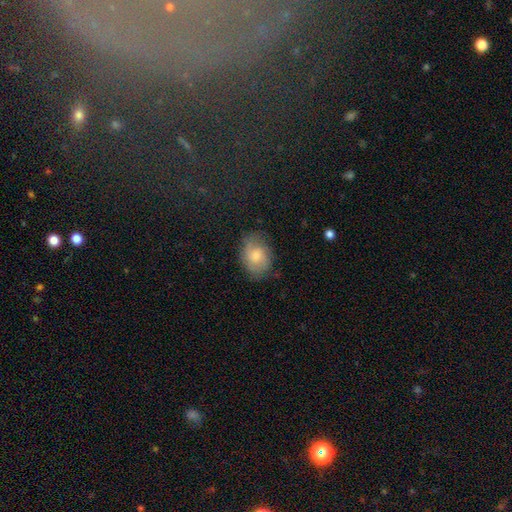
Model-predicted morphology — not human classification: type=smooth (52%); roundness=in between (67%); merging=none (70%).